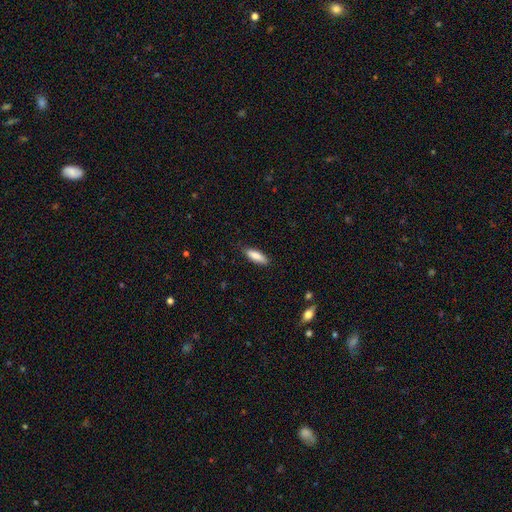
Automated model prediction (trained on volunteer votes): Overall: smooth (85%). How rounded: in between (55%; cigar-shaped 43%). Merging: none (83%).